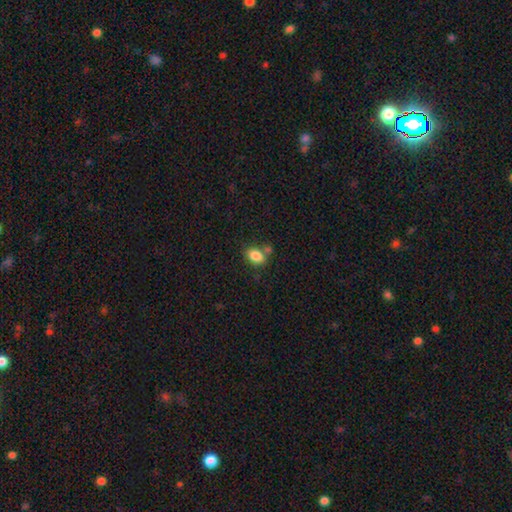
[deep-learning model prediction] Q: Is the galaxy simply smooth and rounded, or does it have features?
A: smooth — 85%.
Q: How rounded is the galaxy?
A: in between — 80%.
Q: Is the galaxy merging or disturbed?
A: none — 63%.